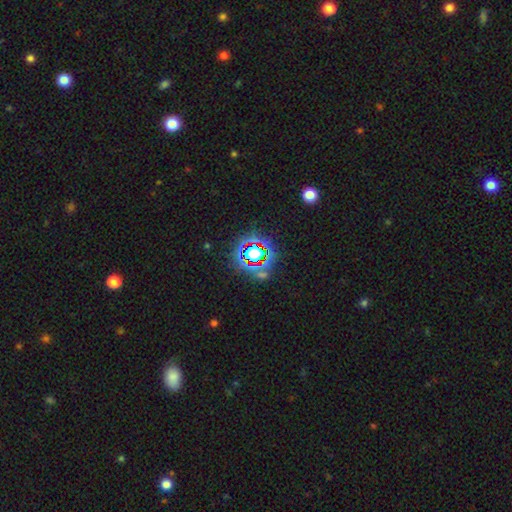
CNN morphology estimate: Overall: star or artifact (72%).